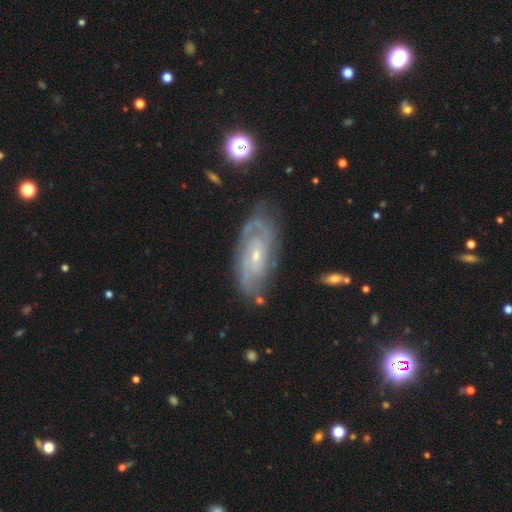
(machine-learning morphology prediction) This is clearly a featured or disk galaxy (83%). It is clearly not viewed edge-on (93%). Bar: possibly no (59%). Spiral arm pattern: clearly yes (93%). Spiral arm count: marginally can't tell (38%). Spiral winding: likely tight (61%). Central bulge: likely small (71%). Merging: likely none (73%).